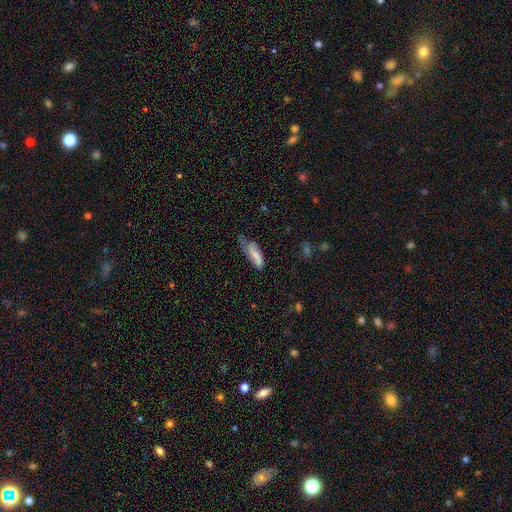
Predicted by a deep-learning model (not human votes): smooth-or-featured: smooth: 66% | featured or disk: 27% | star or artifact: 7%
  how-rounded: in between: 66% | cigar-shaped: 32% | round: 2%
  merging: minor disturbance: 42% | none: 36% | major disturbance: 20% | merger: 3%